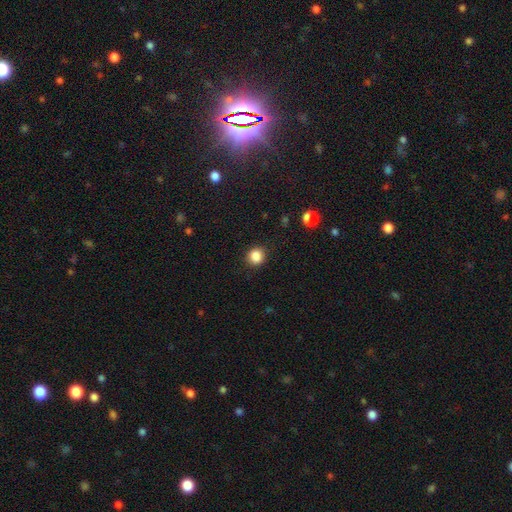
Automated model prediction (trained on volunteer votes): This appears to be a smooth galaxy with no disk features (86%) that is round (85%). Merging: none (89%).